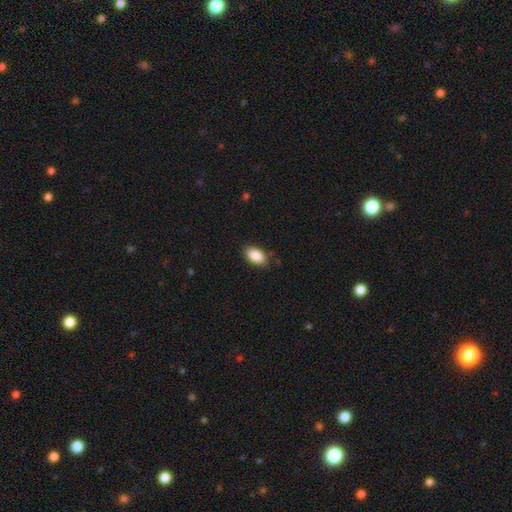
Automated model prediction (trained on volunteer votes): Overall: smooth (88%). How rounded: in between (93%). Merging: none (83%).